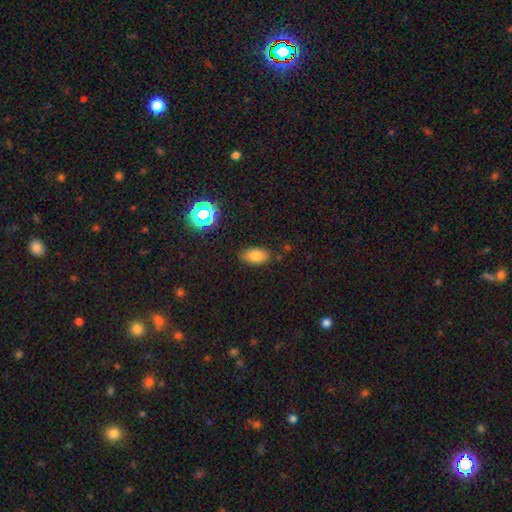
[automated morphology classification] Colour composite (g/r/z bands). It shows a smooth galaxy with no disk features (77%) that is in between round and cigar-shaped (91%). Merging: none (82%).